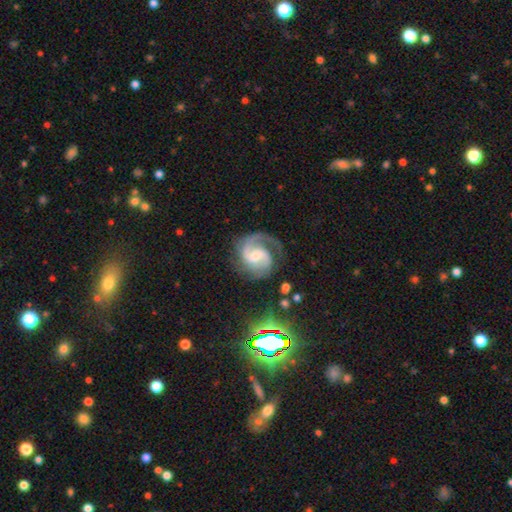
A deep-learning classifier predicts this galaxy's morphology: smooth-or-featured: featured or disk: 89% | smooth: 6% | star or artifact: 5%
  disk-edge-on: no: 98% | yes: 2%
    bar: weak: 45% | no: 44% | strong: 11%
    has-spiral-arms: yes: 98% | no: 2%
      spiral-winding: medium: 52% | tight: 32% | loose: 17%
      spiral-arm-count: 2: 75% | 1: 9% | 3: 7% | can't tell: 5% | 4: 2% | more than 4: 2%
    bulge-size: small: 47% | moderate: 45% | large: 4% | none: 3% | dominant: 1%
  merging: none: 69% | minor disturbance: 17% | major disturbance: 12% | merger: 2%